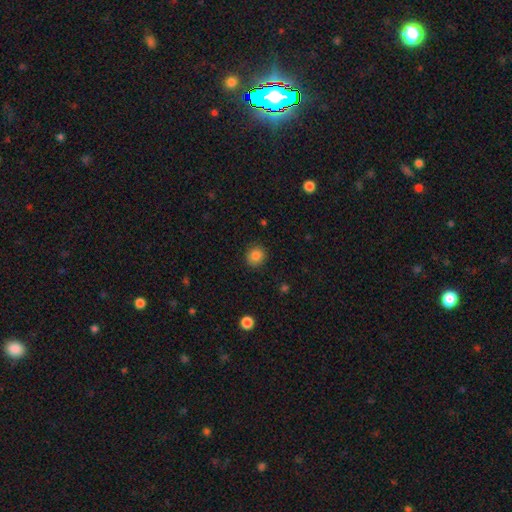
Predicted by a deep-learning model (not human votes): A smooth galaxy with no disk features (86%) that is round (84%).

Vote fractions:
- Smooth or featured? smooth: 86% / star or artifact: 10% / featured or disk: 4%
- How rounded? round: 84% / in between: 15% / cigar-shaped: 1%
- Merging? none: 89% / minor disturbance: 8% / major disturbance: 3% / merger: 1%